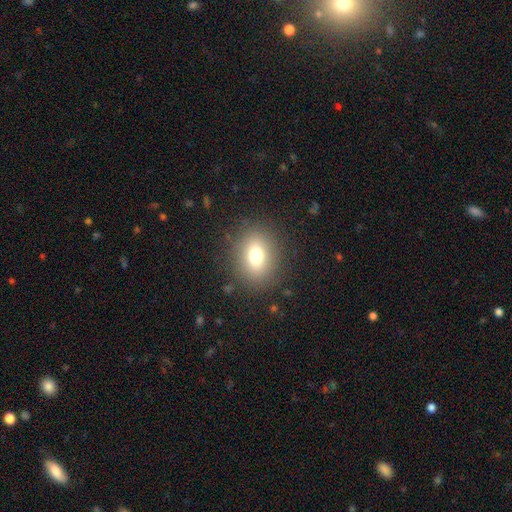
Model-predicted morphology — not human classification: Overall: smooth (74%). How rounded: round (52%; in between 46%). Merging: none (86%).